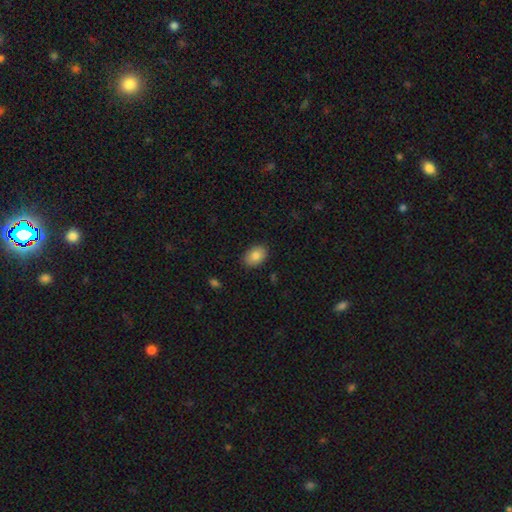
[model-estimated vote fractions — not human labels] This appears to be a smooth galaxy with no disk features (85%) that is in between round and cigar-shaped (83%). Merging: none (87%).